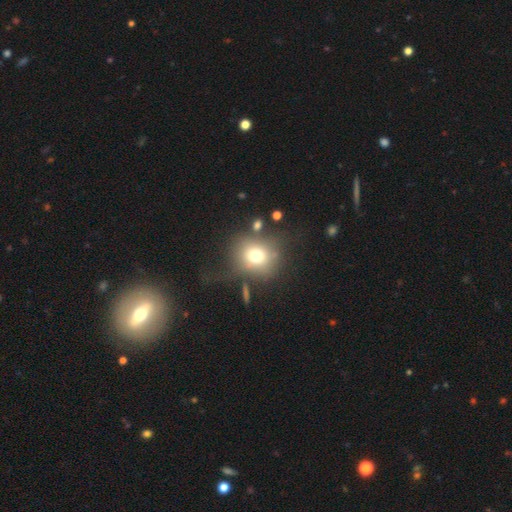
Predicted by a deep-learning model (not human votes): Smooth or featured? smooth (70%)
How rounded? round (82%)
Merging? none (58%)